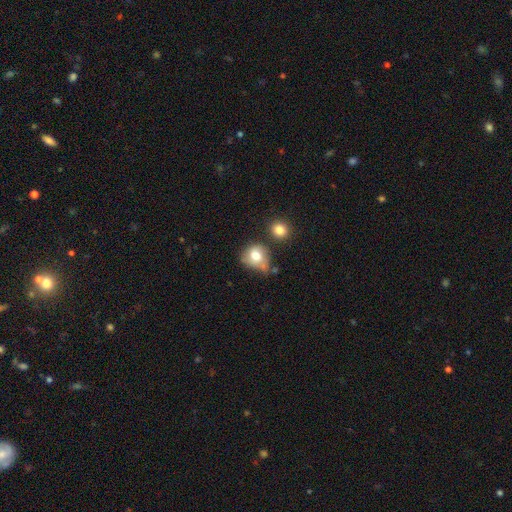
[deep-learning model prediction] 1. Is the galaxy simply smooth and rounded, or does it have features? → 74% smooth, 16% featured or disk, 10% star or artifact.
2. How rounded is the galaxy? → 75% round, 24% in between, 1% cigar-shaped.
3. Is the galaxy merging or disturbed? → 42% none, 28% minor disturbance, 17% merger, 13% major disturbance.